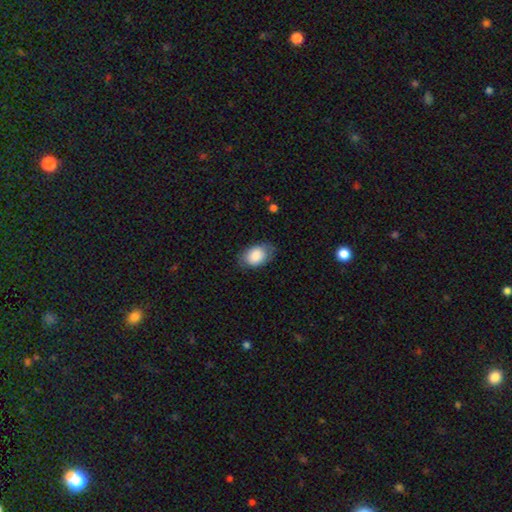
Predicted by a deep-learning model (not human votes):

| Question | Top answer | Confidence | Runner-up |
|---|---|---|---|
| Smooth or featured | smooth | 84% | featured or disk (9%) |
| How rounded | in between | 85% | round (14%) |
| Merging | none | 74% | minor disturbance (20%) |